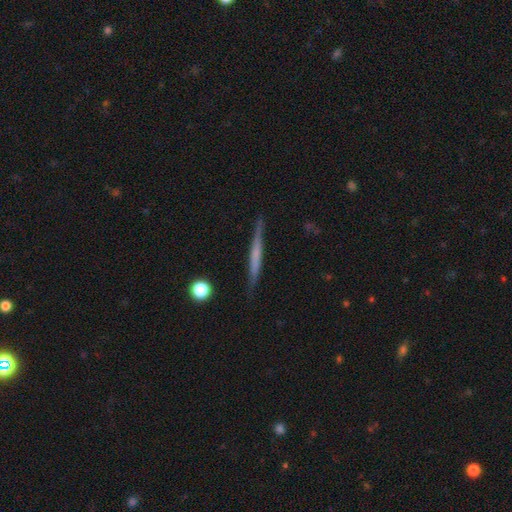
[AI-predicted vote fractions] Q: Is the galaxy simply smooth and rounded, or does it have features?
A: featured or disk — 53%.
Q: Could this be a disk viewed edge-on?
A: yes — 96%.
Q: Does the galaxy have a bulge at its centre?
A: none — 72%.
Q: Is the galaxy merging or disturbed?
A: none — 86%.